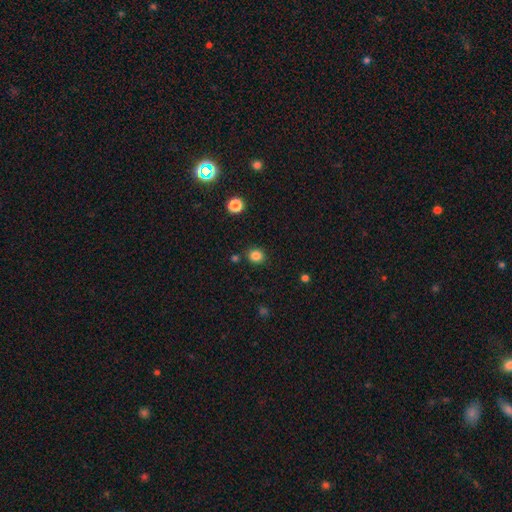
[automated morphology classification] The model was most divided on "how rounded": round: 84%, in between: 15%, cigar-shaped: 1%. More confident: merging — none (85%); smooth or featured — smooth (84%).